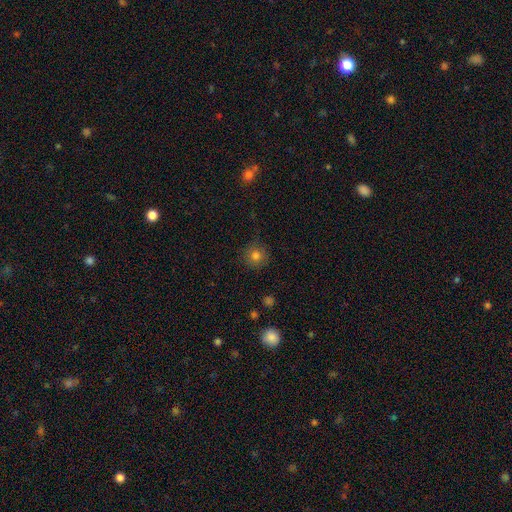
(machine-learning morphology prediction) A smooth galaxy with no disk features (78%) that is round (94%).

Vote fractions:
- Smooth or featured? smooth: 78% / star or artifact: 14% / featured or disk: 8%
- How rounded? round: 94% / in between: 5% / cigar-shaped: 1%
- Merging? none: 84% / minor disturbance: 12% / major disturbance: 3% / merger: 1%